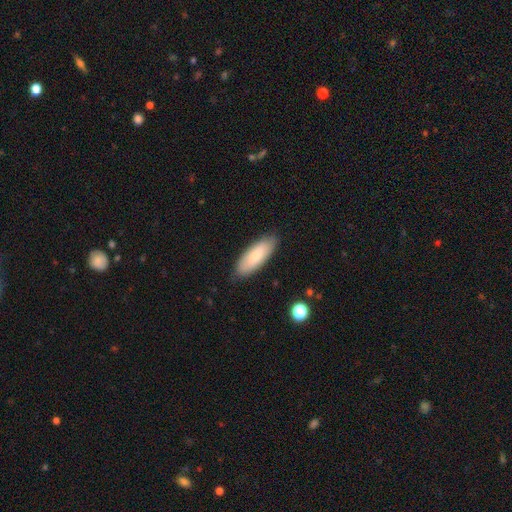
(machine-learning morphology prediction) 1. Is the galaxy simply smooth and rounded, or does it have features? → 75% smooth, 19% featured or disk, 6% star or artifact.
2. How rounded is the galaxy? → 71% in between, 27% cigar-shaped, 2% round.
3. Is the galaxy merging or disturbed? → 85% none, 12% minor disturbance, 2% major disturbance, 1% merger.